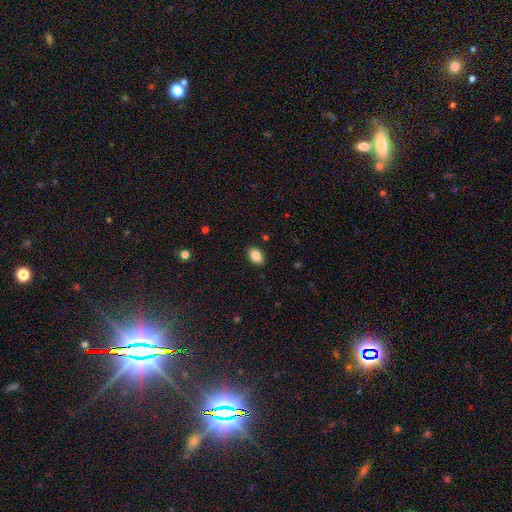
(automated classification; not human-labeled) Smooth or featured: smooth — 86% (star or artifact — 8%)
How rounded: in between — 84% (round — 15%)
Merging: none — 88% (minor disturbance — 9%)